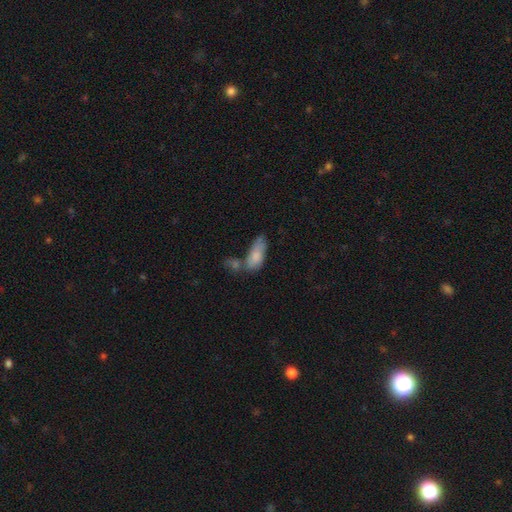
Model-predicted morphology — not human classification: smooth-or-featured: smooth: 78% | featured or disk: 15% | star or artifact: 7%
  how-rounded: in between: 82% | cigar-shaped: 15% | round: 3%
  merging: merger: 35% | none: 33% | minor disturbance: 21% | major disturbance: 11%